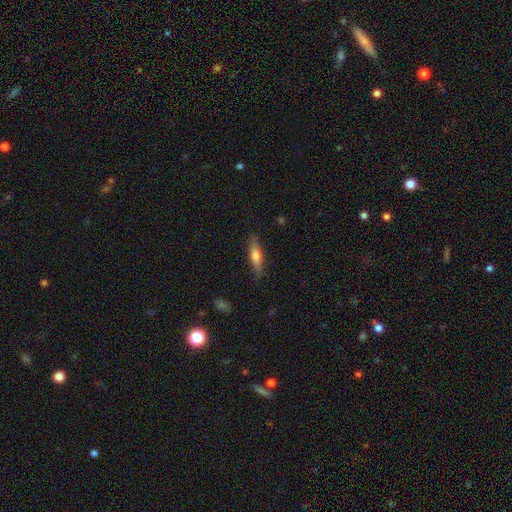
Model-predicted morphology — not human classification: The model was most divided on "smooth or featured": smooth: 60%, featured or disk: 34%, star or artifact: 6%. More confident: merging — none (82%); how rounded — cigar-shaped (66%).